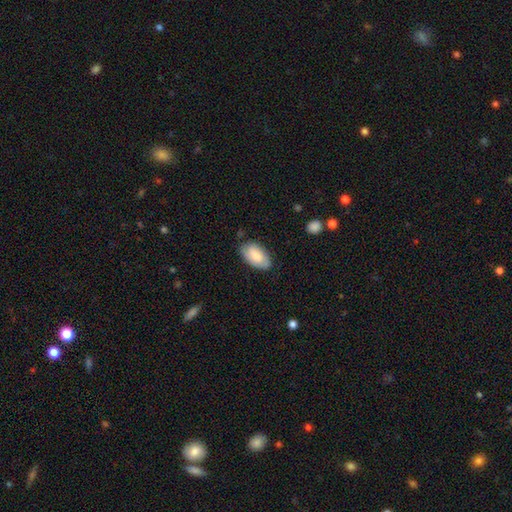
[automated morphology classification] type=smooth (75%); roundness=in between (95%); merging=none (74%).